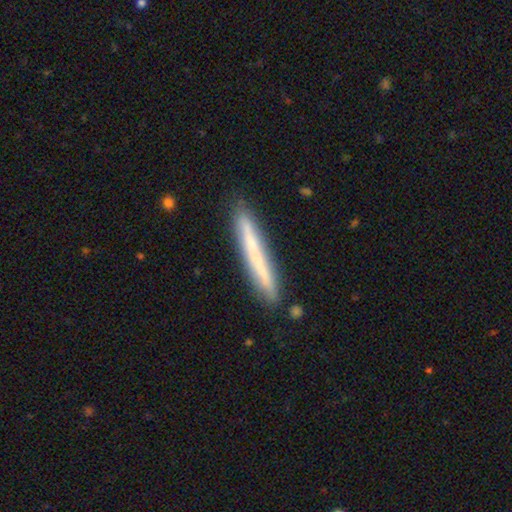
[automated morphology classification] The model was most divided on "smooth or featured": smooth: 55%, featured or disk: 38%, star or artifact: 6%. More confident: how rounded — cigar-shaped (97%); merging — none (86%).